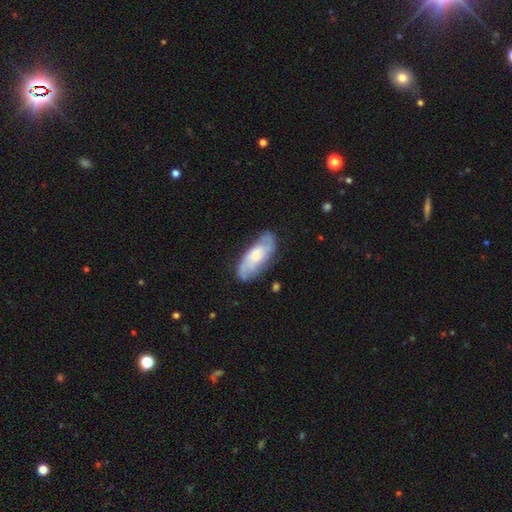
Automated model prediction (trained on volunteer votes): Overall: featured or disk (66%; smooth 28%). Edge-on disk: no (91%). Bar: no (63%; weak 31%). Spiral arms: yes (90%). Spiral arm count: 2 (60%; can't tell 23%). Spiral winding: medium (44%; tight 31%). Bulge size: moderate (45%; small 37%). Merging: none (73%).